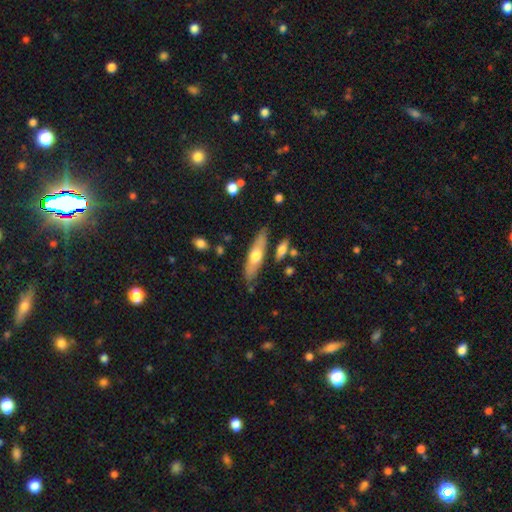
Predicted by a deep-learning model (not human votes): This is possibly a smooth galaxy (53%). How rounded: likely cigar-shaped (65%). Merging: likely none (77%).